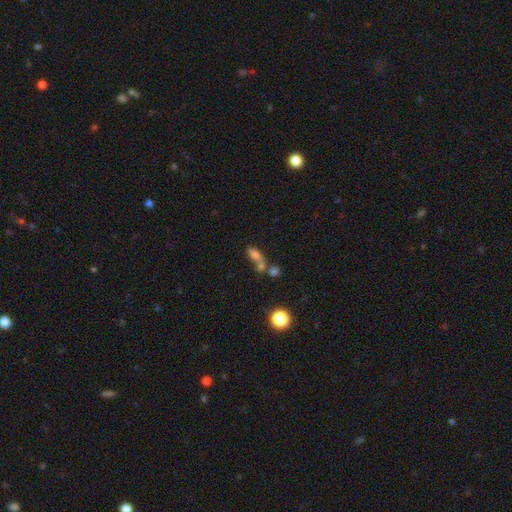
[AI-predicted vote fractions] smooth-or-featured: smooth: 60% | star or artifact: 22% | featured or disk: 17%
  how-rounded: in between: 68% | round: 18% | cigar-shaped: 14%
  merging: merger: 48% | none: 34% | minor disturbance: 10% | major disturbance: 8%